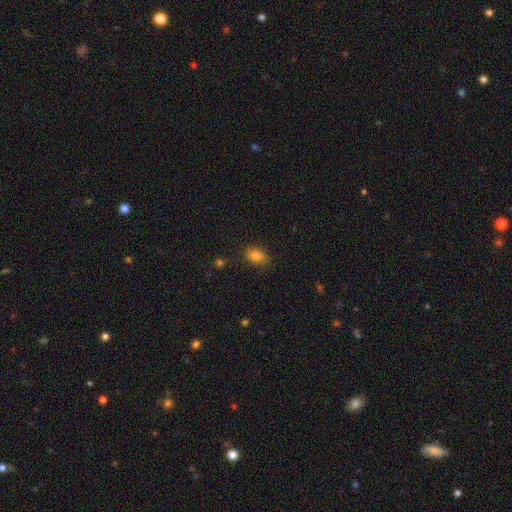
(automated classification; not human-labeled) A smooth galaxy with no disk features (83%) that is in between round and cigar-shaped (82%). Merging: none (75%).